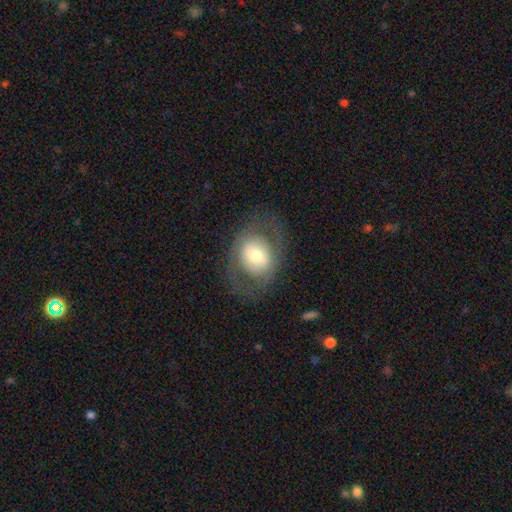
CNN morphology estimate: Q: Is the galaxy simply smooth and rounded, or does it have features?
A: smooth — 50%.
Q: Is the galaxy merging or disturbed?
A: none — 70%.